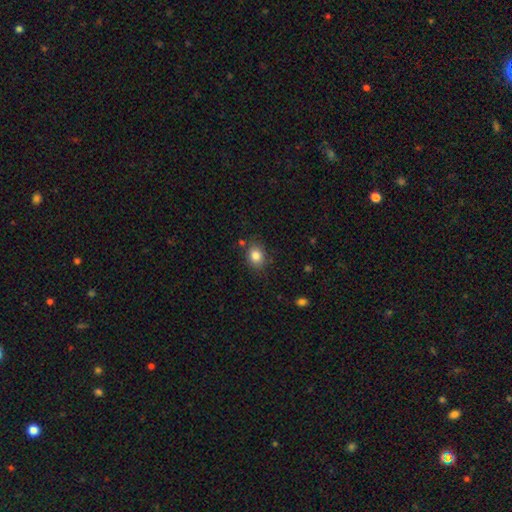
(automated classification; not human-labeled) A smooth galaxy with no disk features (84%) that is round (54%).

Vote fractions:
- Smooth or featured? smooth: 84% / star or artifact: 10% / featured or disk: 6%
- How rounded? round: 54% / in between: 45% / cigar-shaped: 1%
- Merging? none: 80% / minor disturbance: 12% / merger: 4% / major disturbance: 3%